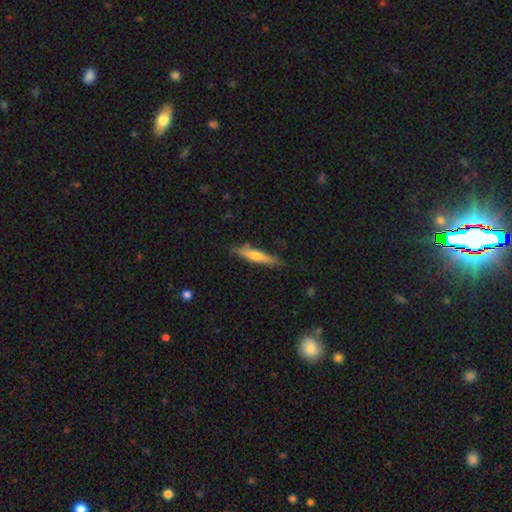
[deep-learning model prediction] Smooth or featured? Predicted: smooth (p=0.52). How rounded? Predicted: cigar-shaped (p=0.88). Merging? Predicted: none (p=0.81).